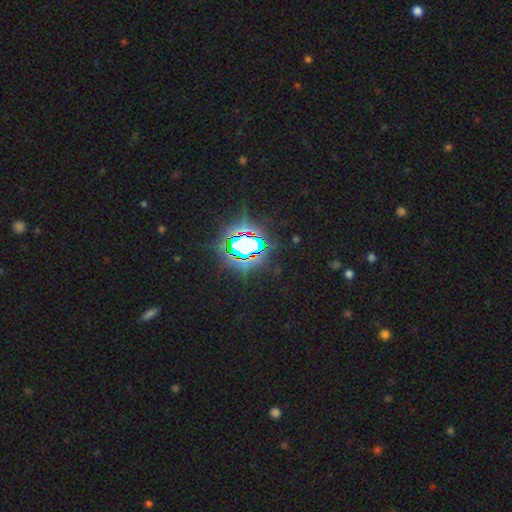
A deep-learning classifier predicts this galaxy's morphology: type=star or artifact (76%).